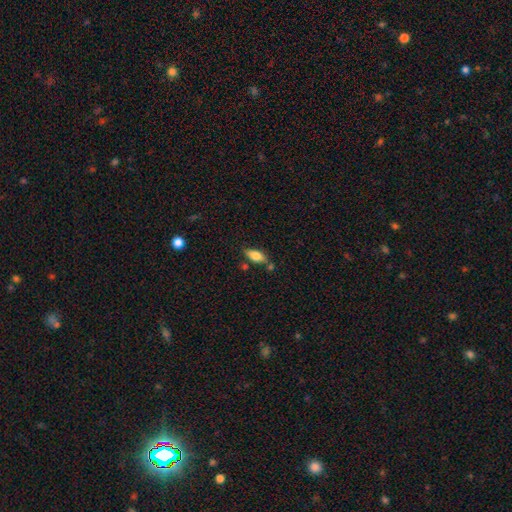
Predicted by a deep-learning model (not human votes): Smooth or featured: smooth — 75% (featured or disk — 18%)
How rounded: in between — 83% (cigar-shaped — 14%)
Merging: none — 72% (minor disturbance — 16%)